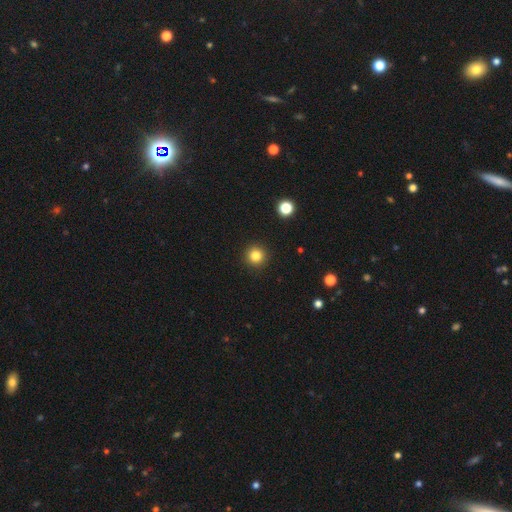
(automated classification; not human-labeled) A smooth galaxy with no disk features (82%) that is round (95%). Merging: none (92%).